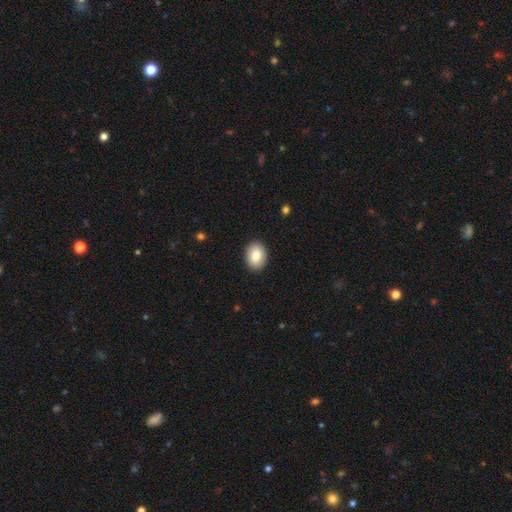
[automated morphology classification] This is clearly a smooth galaxy (82%). How rounded: likely in between (69%). Merging: clearly none (90%).